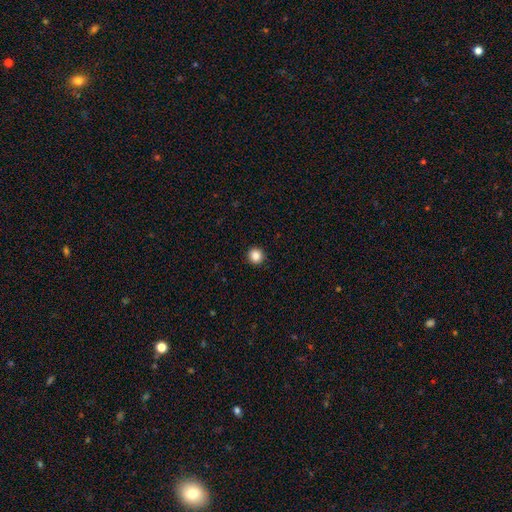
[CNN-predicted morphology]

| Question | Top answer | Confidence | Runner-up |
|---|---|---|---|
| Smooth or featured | smooth | 87% | star or artifact (10%) |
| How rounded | round | 94% | in between (5%) |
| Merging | none | 93% | minor disturbance (5%) |